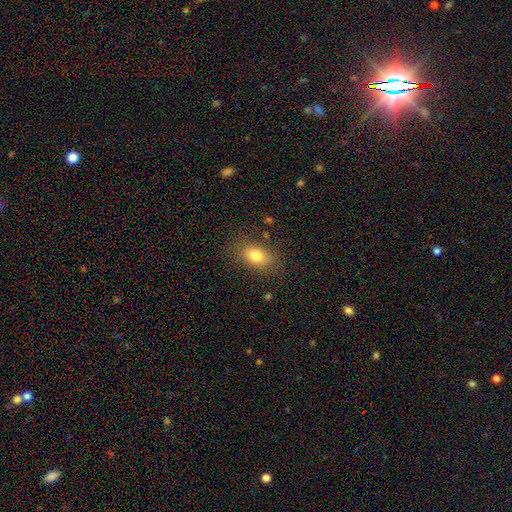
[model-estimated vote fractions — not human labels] Smooth or featured? Predicted: smooth (p=0.79). How rounded? Predicted: in between (p=0.79). Merging? Predicted: none (p=0.80).